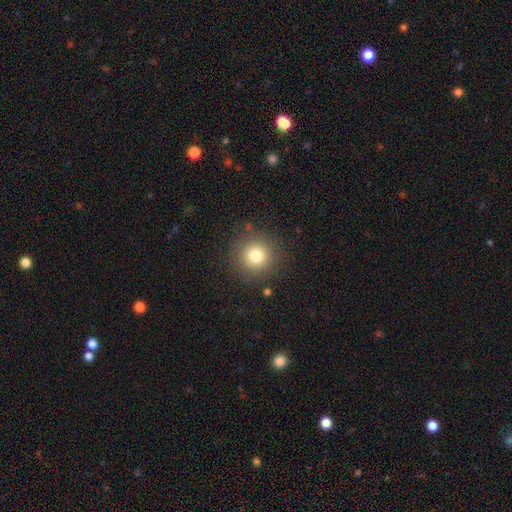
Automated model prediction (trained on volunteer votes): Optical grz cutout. It shows a smooth galaxy with no disk features (79%) that is round (95%). Merging: none (88%).